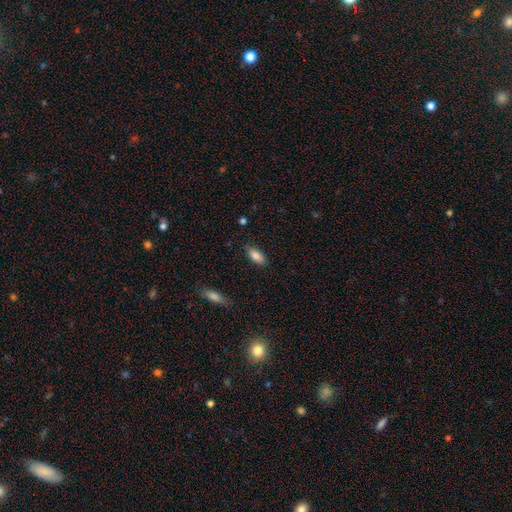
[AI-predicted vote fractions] Smooth or featured? smooth (85%)
How rounded? in between (86%)
Merging? none (84%)